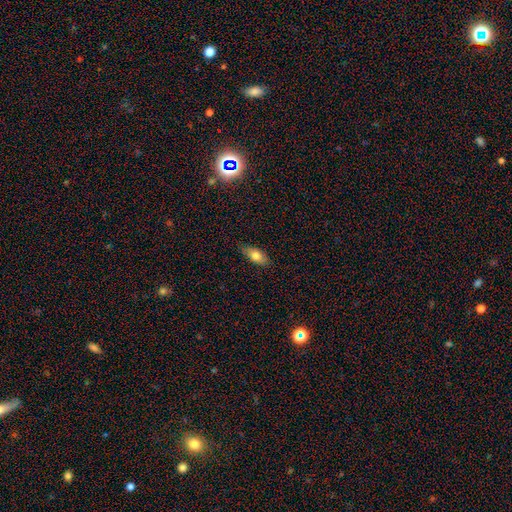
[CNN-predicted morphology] A smooth galaxy with no disk features (76%) that is in between round and cigar-shaped (85%). Merging: none (82%).